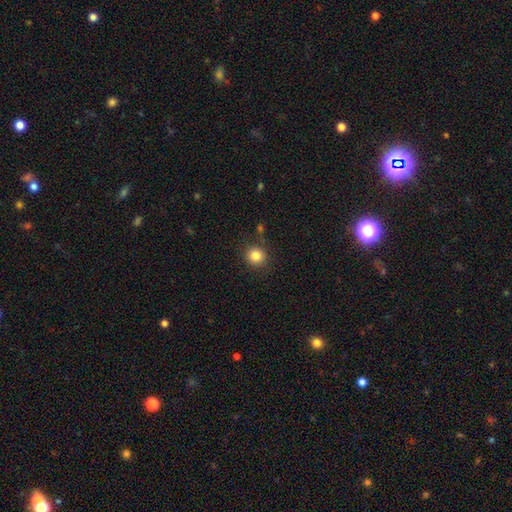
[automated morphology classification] Smooth or featured? Predicted: smooth (p=0.84). How rounded? Predicted: round (p=0.89). Merging? Predicted: none (p=0.85).